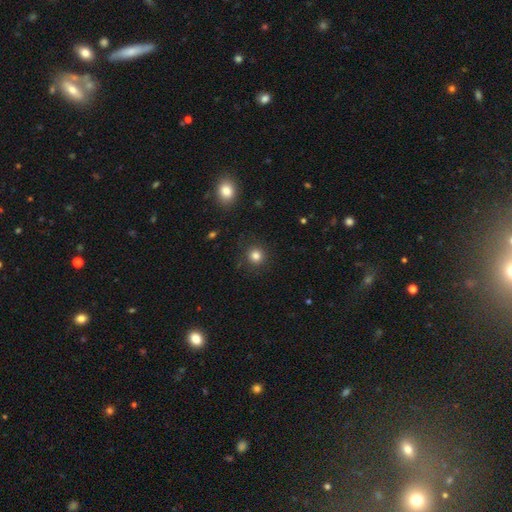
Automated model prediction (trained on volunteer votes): A smooth galaxy with no disk features (83%) that is round (93%). Merging: none (89%).